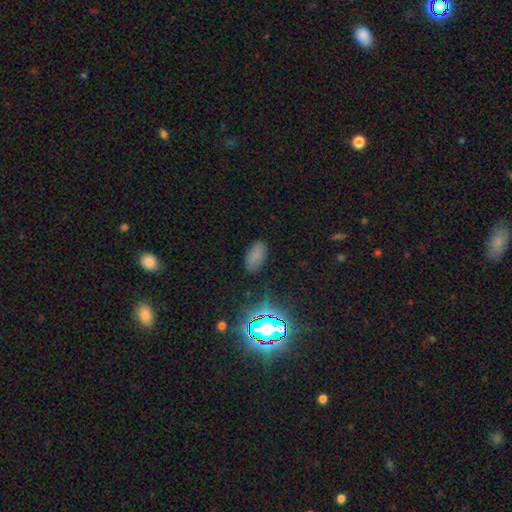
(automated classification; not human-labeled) Smooth or featured?
  - smooth: 68% *
  - star or artifact: 24%
  - featured or disk: 8%
How rounded?
  - in between: 93% *
  - round: 4%
  - cigar-shaped: 3%
Merging?
  - none: 82% *
  - minor disturbance: 12%
  - major disturbance: 4%
  - merger: 2%